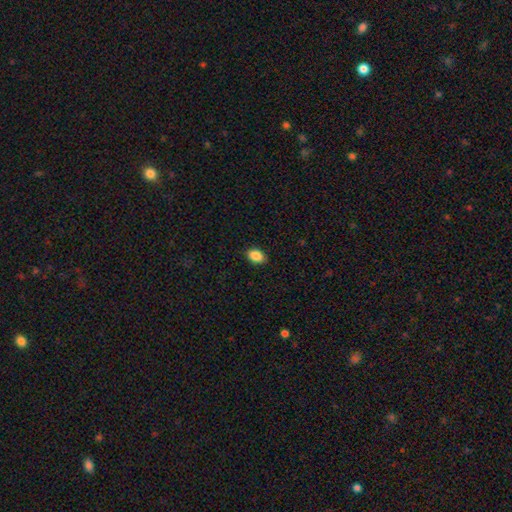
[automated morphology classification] Smooth or featured?
  - smooth: 88% *
  - star or artifact: 8%
  - featured or disk: 4%
How rounded?
  - in between: 82% *
  - round: 17%
  - cigar-shaped: 1%
Merging?
  - none: 87% *
  - minor disturbance: 10%
  - major disturbance: 2%
  - merger: 1%